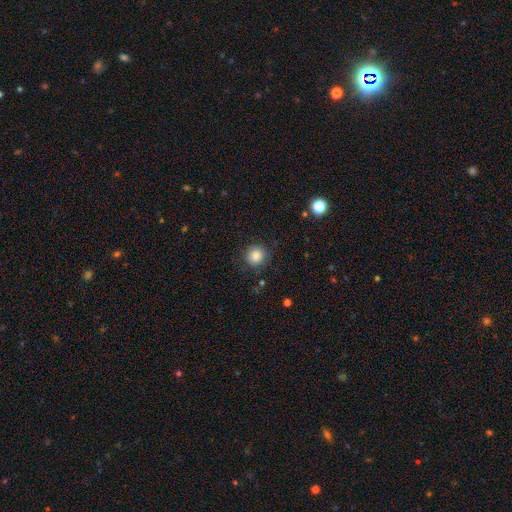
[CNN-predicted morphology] The model was most divided on "smooth or featured": smooth: 85%, star or artifact: 10%, featured or disk: 5%. More confident: how rounded — round (92%); merging — none (86%).